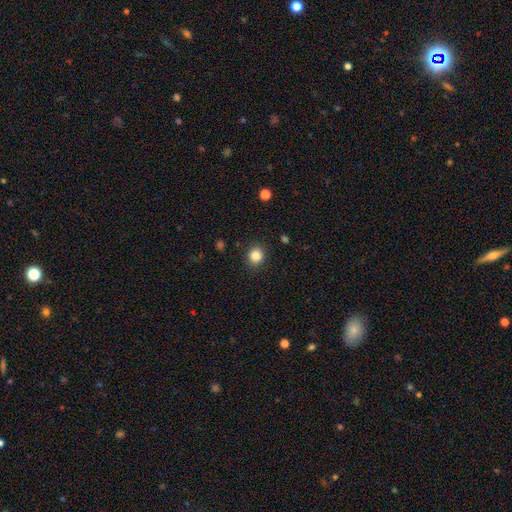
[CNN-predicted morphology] smooth-or-featured: smooth: 85% | star or artifact: 11% | featured or disk: 4%
  how-rounded: round: 81% | in between: 18% | cigar-shaped: 1%
  merging: none: 90% | minor disturbance: 7% | major disturbance: 2% | merger: 1%